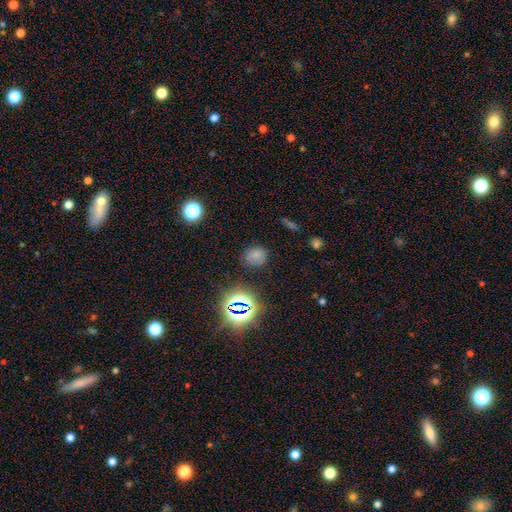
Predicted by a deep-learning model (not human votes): Morphology: type=smooth (66%); roundness=round (65%); merging=none (75%).